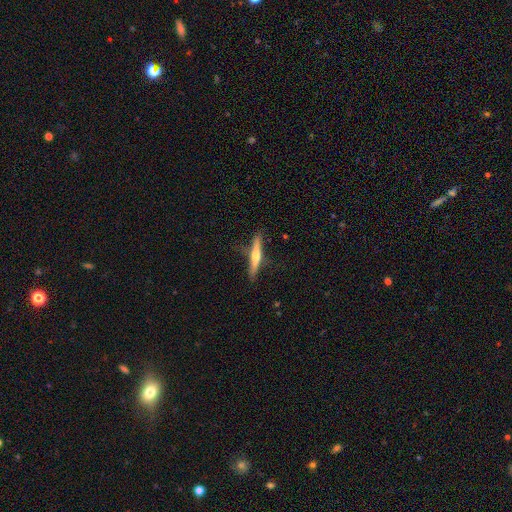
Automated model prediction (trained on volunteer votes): Smooth or featured? featured or disk (55%)
Edge-on disk? yes (96%)
Edge-on bulge? rounded (82%)
Merging? none (81%)